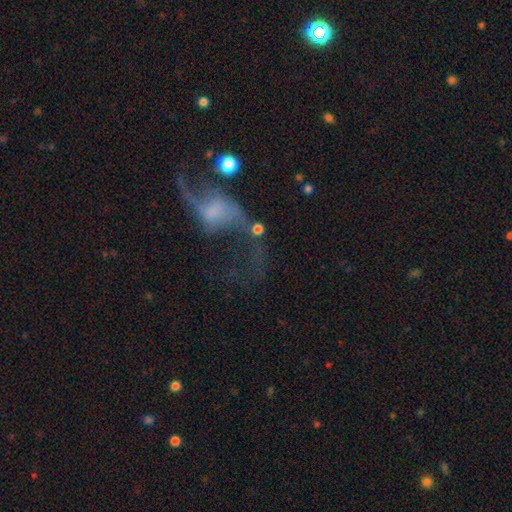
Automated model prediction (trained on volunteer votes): Q: Smooth or featured?
A: featured or disk (77%); runner-up: star or artifact (13%)
Q: Edge-on disk?
A: no (95%); runner-up: yes (5%)
Q: Bar?
A: no (48%); runner-up: weak (39%)
Q: Spiral arms?
A: yes (90%); runner-up: no (10%)
Q: Spiral winding?
A: loose (87%); runner-up: medium (10%)
Q: Spiral arm count?
A: 2 (89%); runner-up: 1 (5%)
Q: Bulge size?
A: small (40%); runner-up: none (25%)
Q: Merging?
A: none (54%); runner-up: major disturbance (25%)